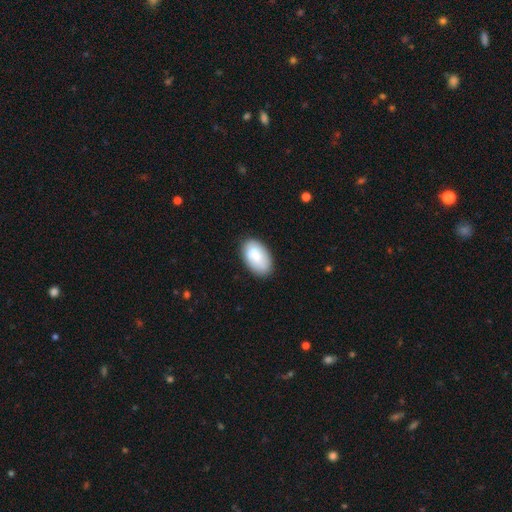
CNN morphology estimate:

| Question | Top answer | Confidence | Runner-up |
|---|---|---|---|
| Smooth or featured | smooth | 78% | featured or disk (15%) |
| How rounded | in between | 93% | round (6%) |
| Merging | none | 83% | minor disturbance (13%) |